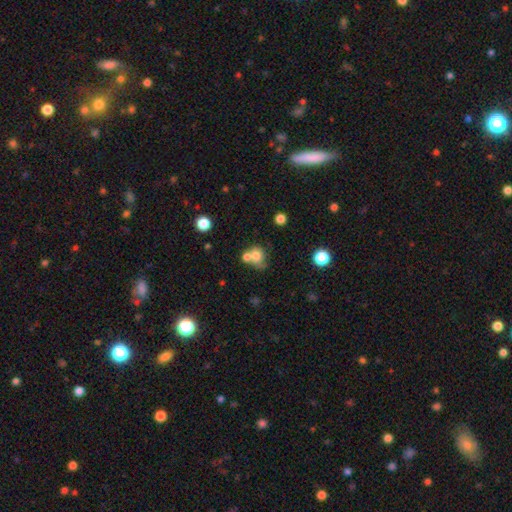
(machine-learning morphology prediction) smooth 73%, featured or disk 16%, star or artifact 11%. Down the decision tree: how rounded — round (72%); merging — merger (49%).